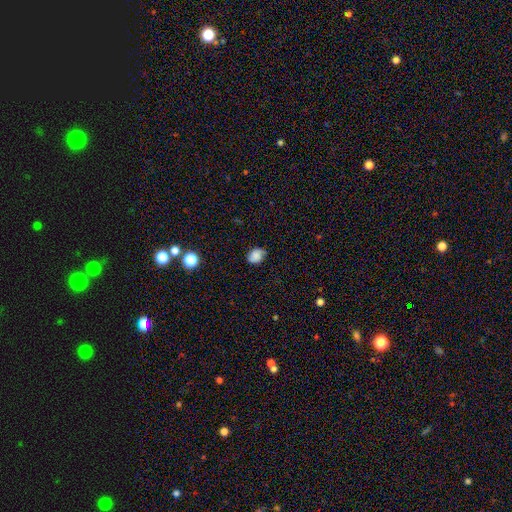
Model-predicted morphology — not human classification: The model was most divided on "how rounded": in between: 56%, round: 42%, cigar-shaped: 1%. More confident: merging — none (72%); smooth or featured — smooth (71%).